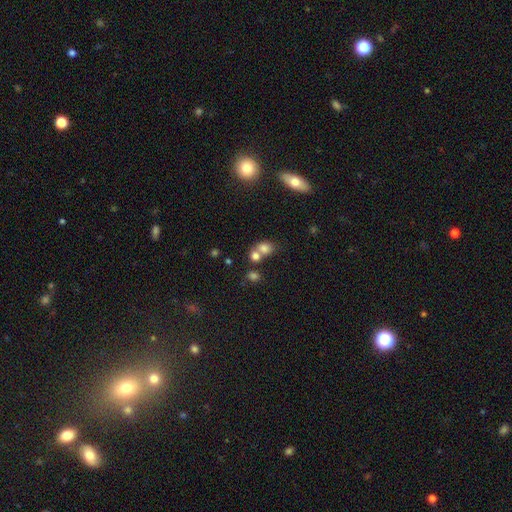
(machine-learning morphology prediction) Smooth or featured? smooth (74%)
How rounded? round (54%)
Merging? merger (52%)